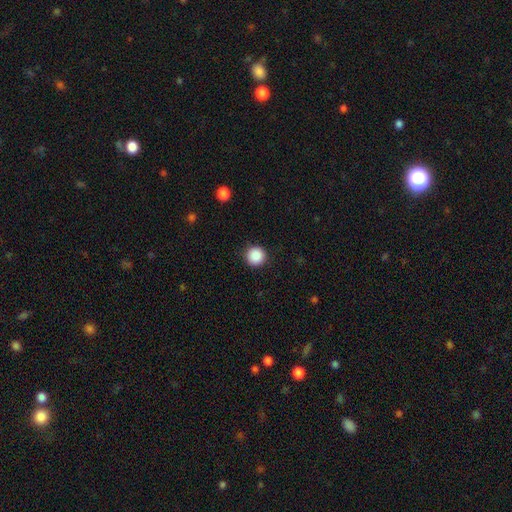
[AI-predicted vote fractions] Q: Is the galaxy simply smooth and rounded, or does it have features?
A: smooth — 88%.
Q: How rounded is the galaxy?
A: round — 96%.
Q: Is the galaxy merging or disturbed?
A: none — 91%.